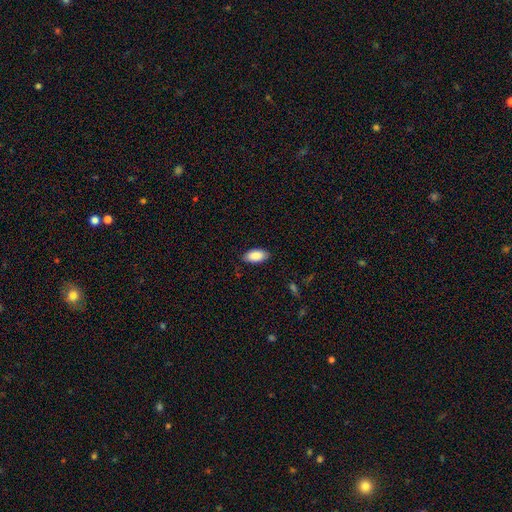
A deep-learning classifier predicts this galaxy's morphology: This is clearly a smooth galaxy (89%). How rounded: clearly in between (94%). Merging: clearly none (85%).